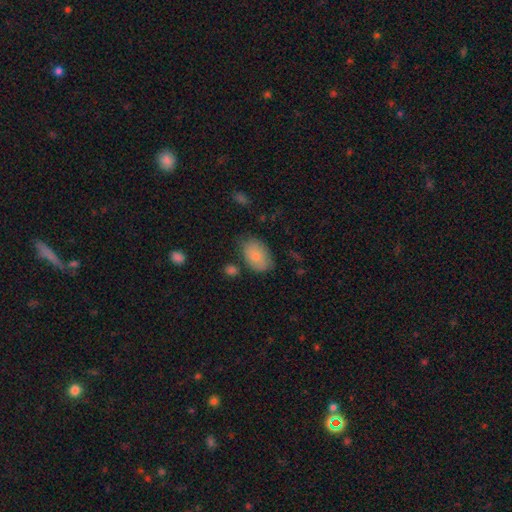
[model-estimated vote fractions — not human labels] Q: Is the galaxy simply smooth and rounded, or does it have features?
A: smooth — 82%.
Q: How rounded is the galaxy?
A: in between — 89%.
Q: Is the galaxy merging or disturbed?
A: none — 67%.